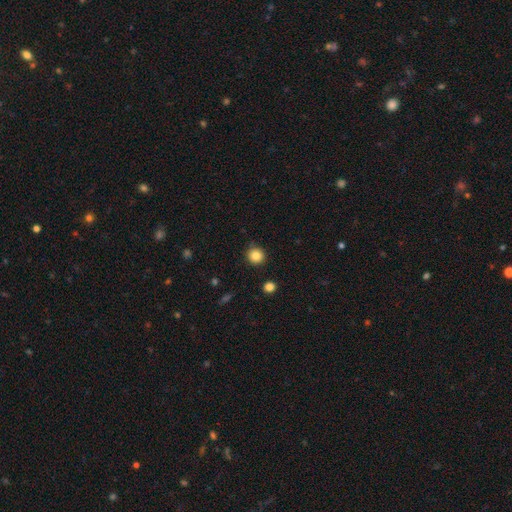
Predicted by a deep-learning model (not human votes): Smooth or featured? Predicted: smooth (p=0.85). How rounded? Predicted: round (p=0.93). Merging? Predicted: none (p=0.89).